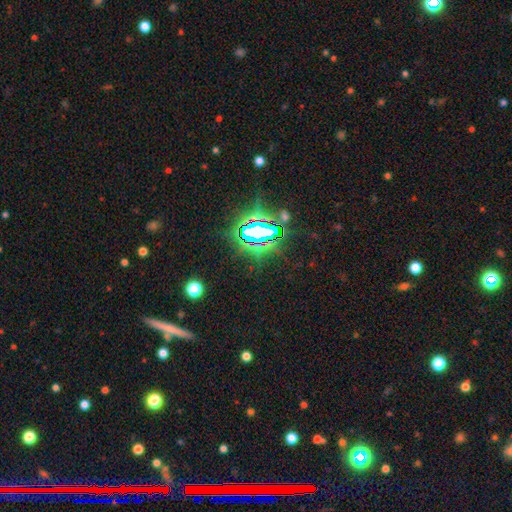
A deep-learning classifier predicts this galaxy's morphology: Q: Smooth or featured?
A: star or artifact (80%); runner-up: smooth (11%)